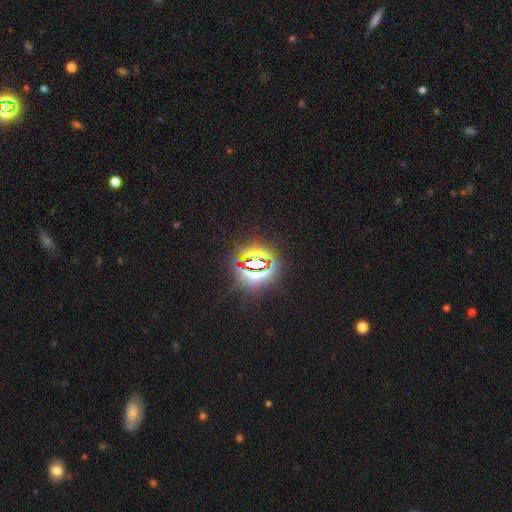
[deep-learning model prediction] star or artifact 83%, smooth 9%, featured or disk 8%.